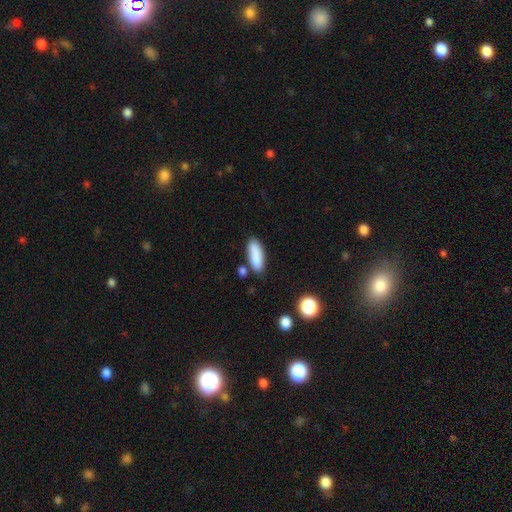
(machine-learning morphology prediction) Smooth or featured? smooth (88%)
How rounded? in between (67%)
Merging? none (77%)